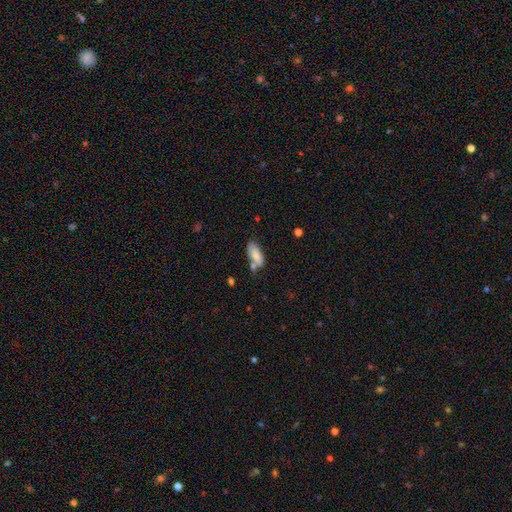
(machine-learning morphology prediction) Overall: smooth (83%). How rounded: in between (80%). Merging: none (57%; minor disturbance 21%).